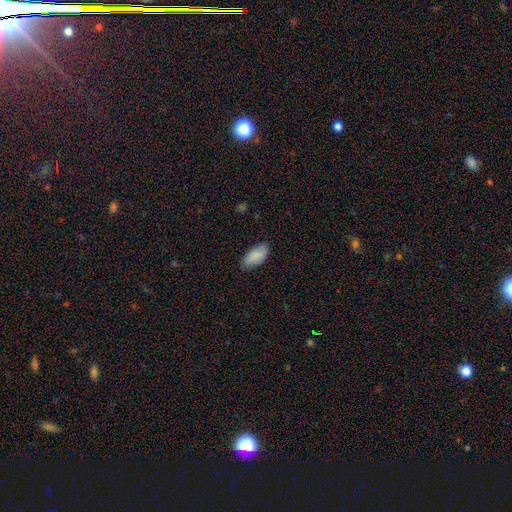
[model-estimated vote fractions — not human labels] Smooth or featured? smooth (86%)
How rounded? in between (92%)
Merging? none (76%)